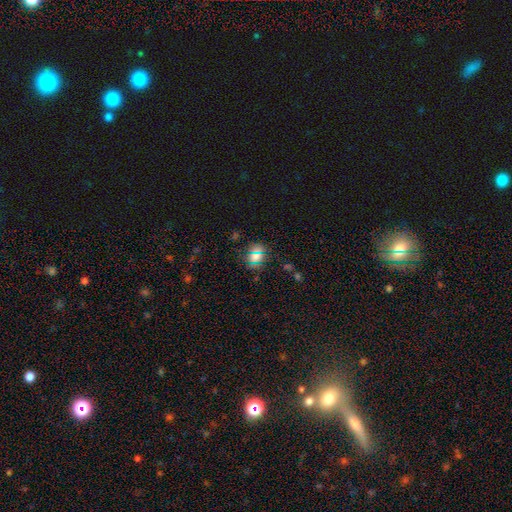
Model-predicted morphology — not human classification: Overall: smooth (56%; star or artifact 34%). How rounded: round (73%). Merging: none (80%).